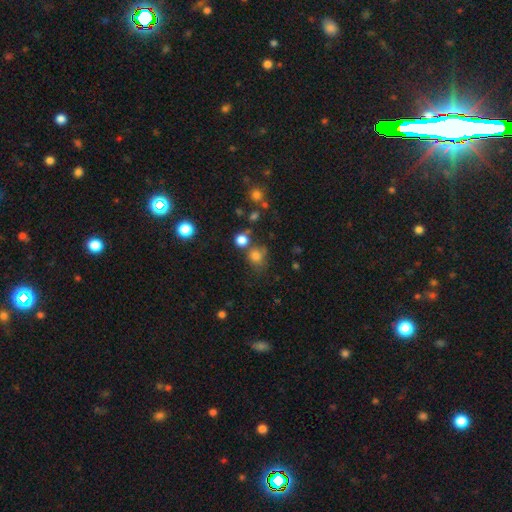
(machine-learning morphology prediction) A smooth galaxy with no disk features (77%) that is round (82%). Merging: none (61%).